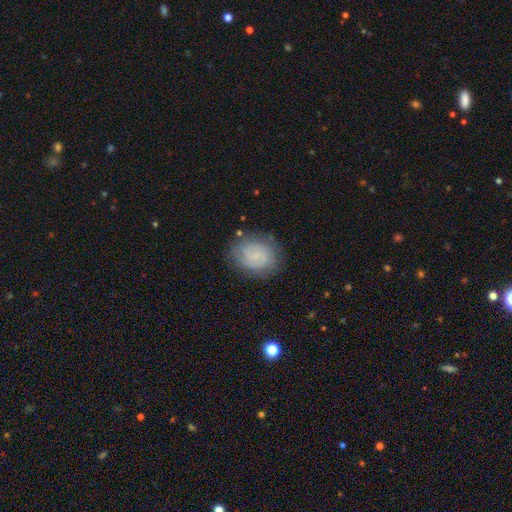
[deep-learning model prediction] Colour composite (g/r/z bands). It shows a featured or disk galaxy (45%, tied with smooth). Merging: none (76%).